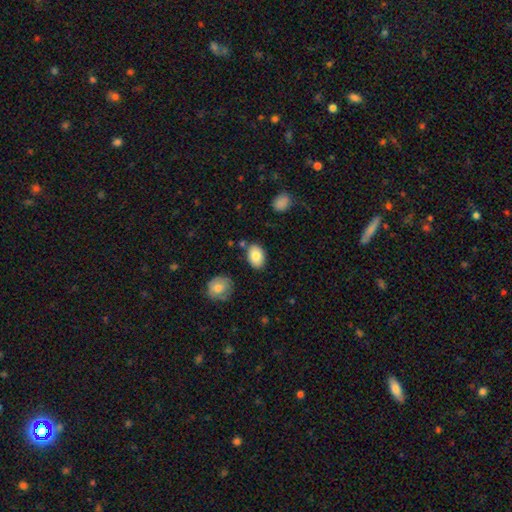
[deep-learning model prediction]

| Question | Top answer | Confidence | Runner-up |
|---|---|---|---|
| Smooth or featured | smooth | 83% | featured or disk (10%) |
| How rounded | in between | 86% | round (12%) |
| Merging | none | 80% | minor disturbance (13%) |